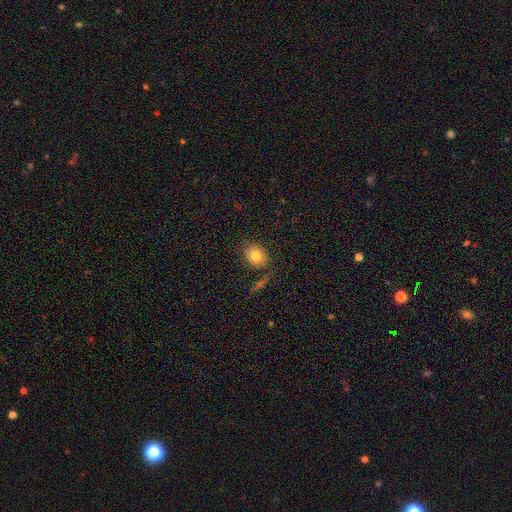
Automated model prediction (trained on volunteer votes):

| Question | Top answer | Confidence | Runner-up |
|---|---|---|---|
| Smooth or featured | smooth | 81% | star or artifact (10%) |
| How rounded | round | 64% | in between (35%) |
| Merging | none | 76% | minor disturbance (14%) |